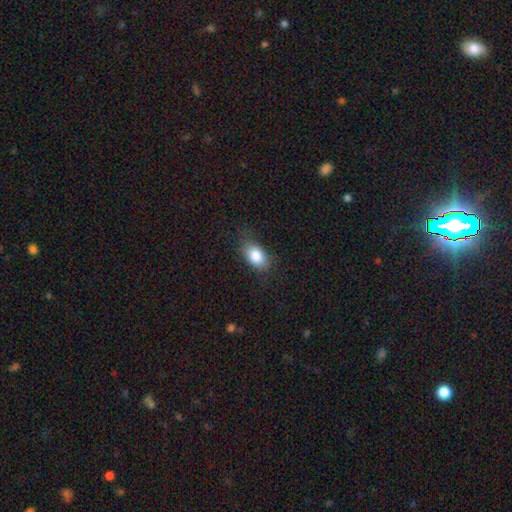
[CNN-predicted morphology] The model was most divided on "merging": none: 72%, minor disturbance: 20%, major disturbance: 7%, merger: 1%. More confident: how rounded — in between (86%); smooth or featured — smooth (84%).